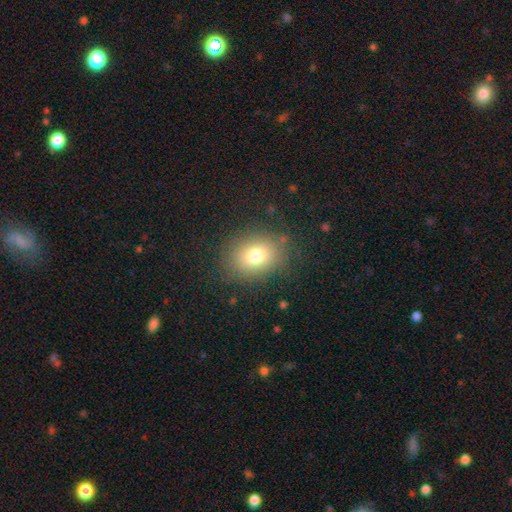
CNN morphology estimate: This is likely a smooth galaxy (76%). How rounded: possibly in between (55%). Merging: clearly none (83%).